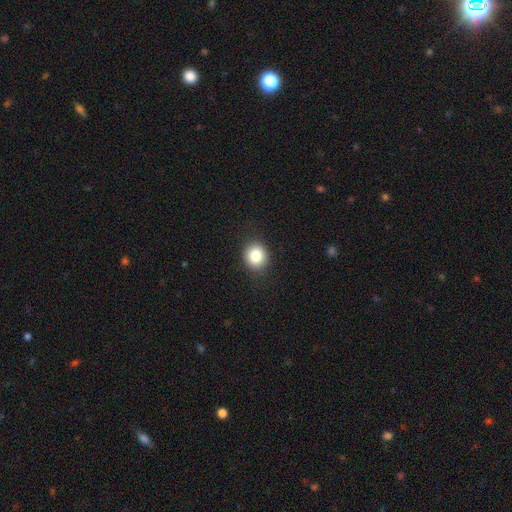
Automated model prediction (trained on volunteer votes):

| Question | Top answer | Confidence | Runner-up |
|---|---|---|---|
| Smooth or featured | smooth | 82% | star or artifact (10%) |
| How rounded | round | 77% | in between (22%) |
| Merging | none | 90% | minor disturbance (7%) |